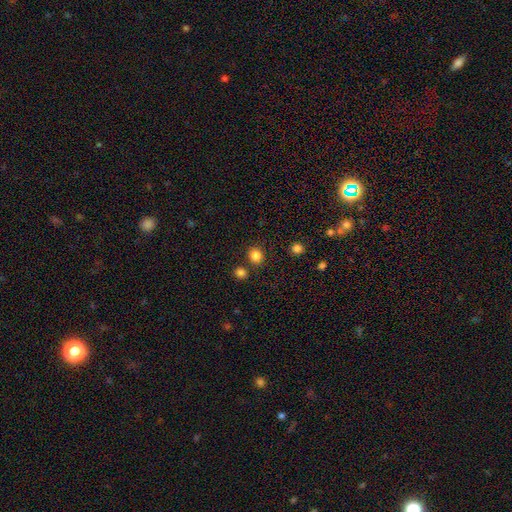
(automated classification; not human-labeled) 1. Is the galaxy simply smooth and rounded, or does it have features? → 84% smooth, 12% star or artifact, 4% featured or disk.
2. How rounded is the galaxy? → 79% round, 20% in between, 1% cigar-shaped.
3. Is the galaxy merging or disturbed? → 81% none, 8% merger, 8% minor disturbance, 3% major disturbance.